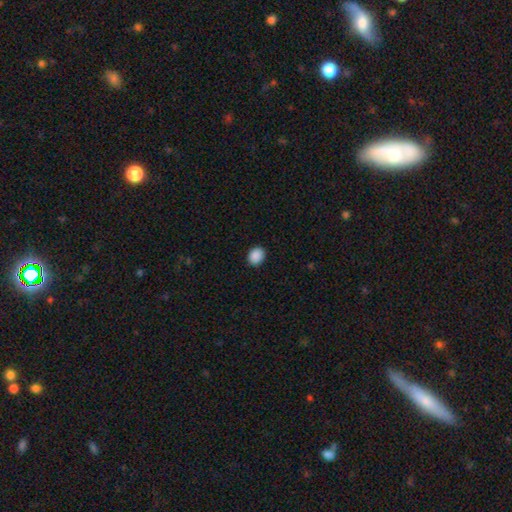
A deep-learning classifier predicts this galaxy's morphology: Smooth or featured? Predicted: smooth (p=0.90). How rounded? Predicted: round (p=0.51). Merging? Predicted: none (p=0.90).